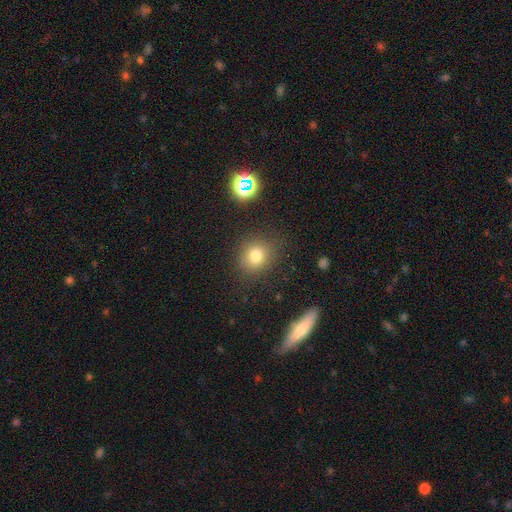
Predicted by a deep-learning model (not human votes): A smooth galaxy with no disk features (77%) that is round (76%).

Vote fractions:
- Smooth or featured? smooth: 77% / star or artifact: 15% / featured or disk: 8%
- How rounded? round: 76% / in between: 23% / cigar-shaped: 1%
- Merging? none: 81% / minor disturbance: 12% / major disturbance: 4% / merger: 3%